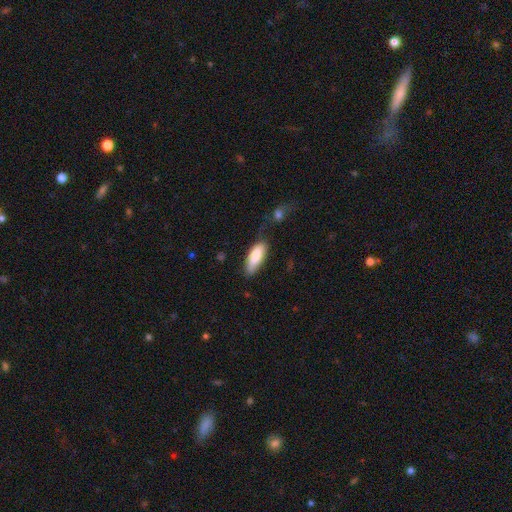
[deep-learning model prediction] Smooth or featured?
  - smooth: 81% *
  - featured or disk: 13%
  - star or artifact: 6%
How rounded?
  - in between: 70% *
  - cigar-shaped: 29%
  - round: 2%
Merging?
  - none: 64% *
  - minor disturbance: 23%
  - major disturbance: 8%
  - merger: 5%